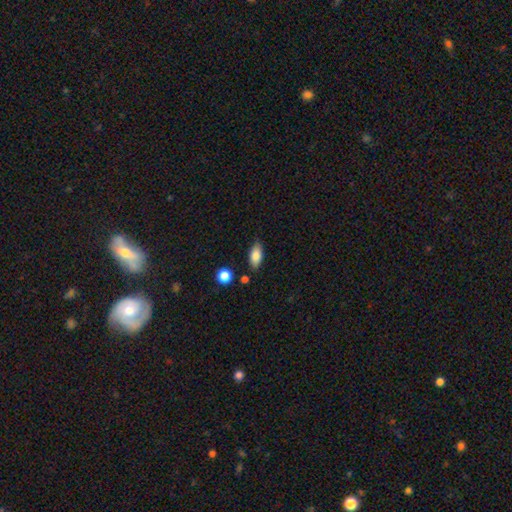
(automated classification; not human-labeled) A smooth galaxy with no disk features (82%) that is in between round and cigar-shaped (87%). Merging: none (81%).